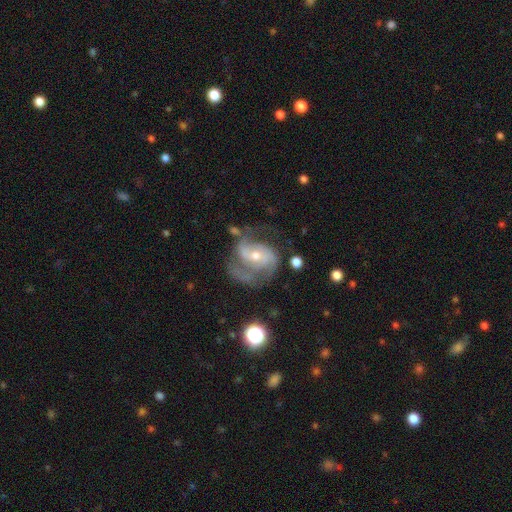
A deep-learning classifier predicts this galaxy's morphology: The model was most divided on "bulge size": moderate: 49%, small: 46%, large: 2%, none: 1%, dominant: 1%. Remaining: edge-on disk — no (98%); spiral arms — yes (94%); smooth or featured — featured or disk (85%); spiral arm count — 2 (59%); spiral winding — medium (51%); merging — none (49%); bar — no (49%).